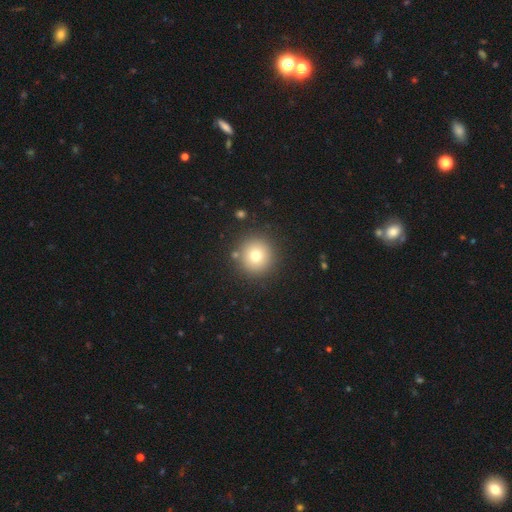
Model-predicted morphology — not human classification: This appears to be a smooth galaxy with no disk features (74%) that is round (95%). Merging: none (87%).